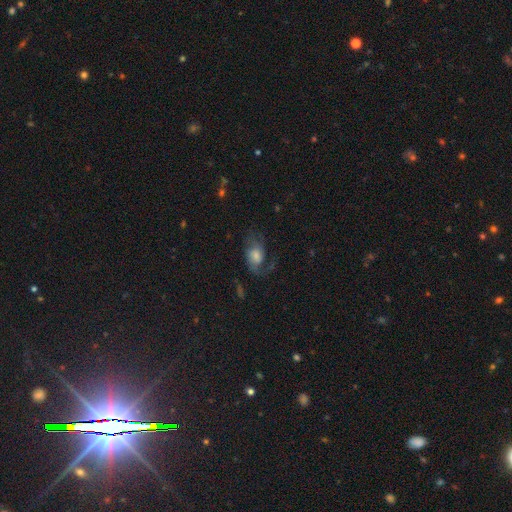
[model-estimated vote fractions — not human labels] This appears to be a featured or disk galaxy (56%) with no bar (56%), spiral arms (86%) and a moderate central bulge (34%). Merging: none (45%).